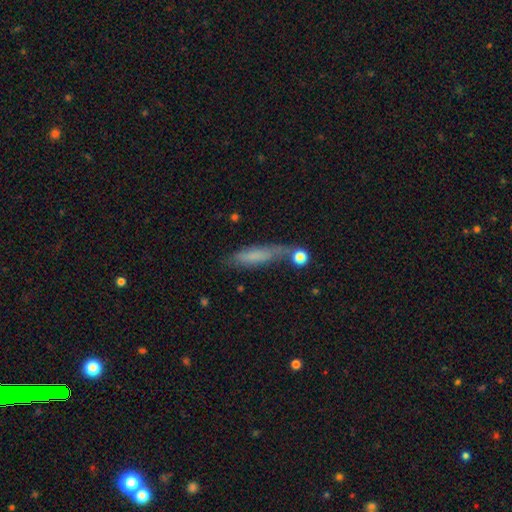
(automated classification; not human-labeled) A smooth galaxy with no disk features (64%) that is cigar-shaped (74%).

Vote fractions:
- Smooth or featured? smooth: 64% / featured or disk: 27% / star or artifact: 9%
- How rounded? cigar-shaped: 74% / in between: 23% / round: 3%
- Merging? none: 49% / minor disturbance: 26% / major disturbance: 14% / merger: 12%